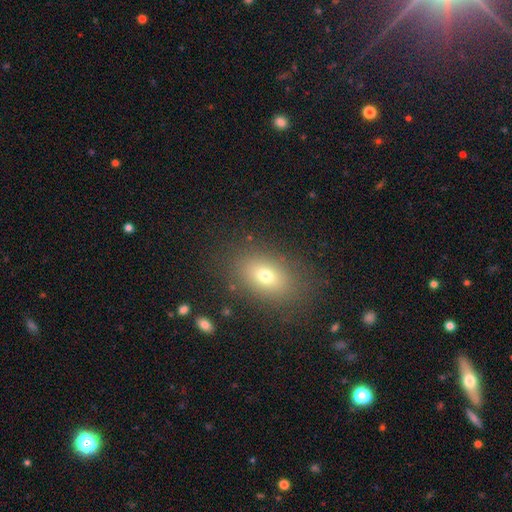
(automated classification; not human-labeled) This is likely a smooth galaxy (62%). How rounded: likely in between (78%). Merging: clearly none (87%).